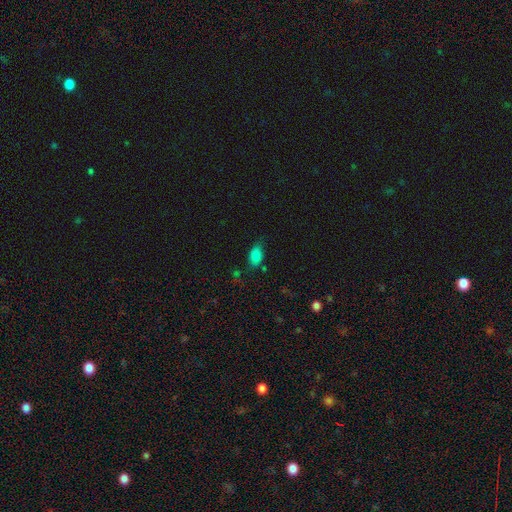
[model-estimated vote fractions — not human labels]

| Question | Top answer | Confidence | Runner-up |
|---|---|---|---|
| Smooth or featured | smooth | 81% | star or artifact (11%) |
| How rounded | in between | 90% | round (7%) |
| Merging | none | 66% | minor disturbance (24%) |